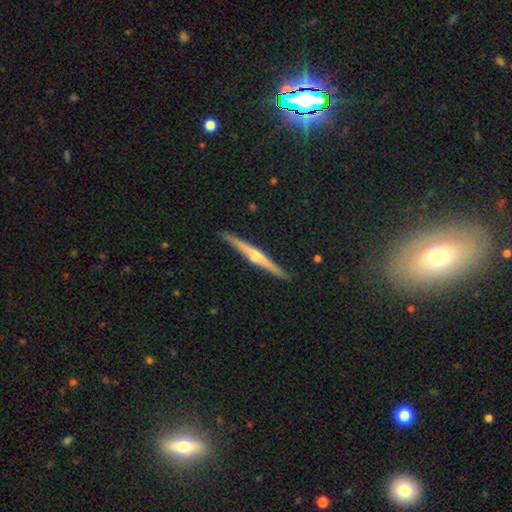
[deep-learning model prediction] Q: Smooth or featured?
A: featured or disk (77%); runner-up: smooth (17%)
Q: Edge-on disk?
A: yes (98%); runner-up: no (2%)
Q: Edge-on bulge?
A: rounded (84%); runner-up: none (10%)
Q: Merging?
A: none (92%); runner-up: minor disturbance (6%)